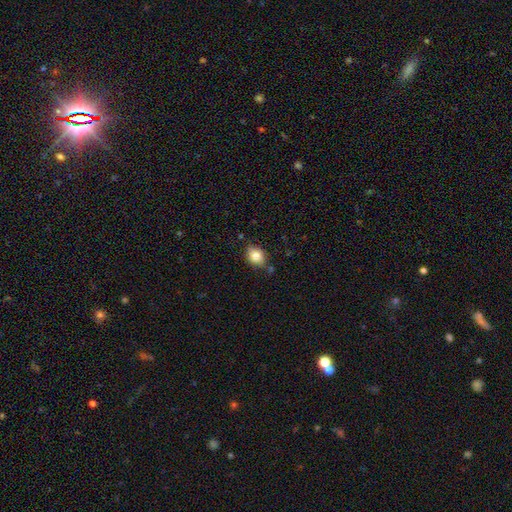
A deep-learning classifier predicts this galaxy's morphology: smooth-or-featured: smooth: 83% | star or artifact: 9% | featured or disk: 8%
  how-rounded: in between: 56% | round: 42% | cigar-shaped: 1%
  merging: none: 76% | minor disturbance: 17% | merger: 4% | major disturbance: 3%